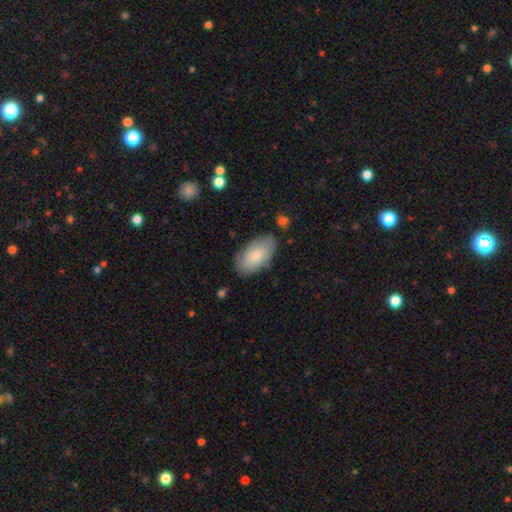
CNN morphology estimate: smooth 78%, featured or disk 16%, star or artifact 6%. Down the decision tree: how rounded — in between (95%); merging — none (78%).